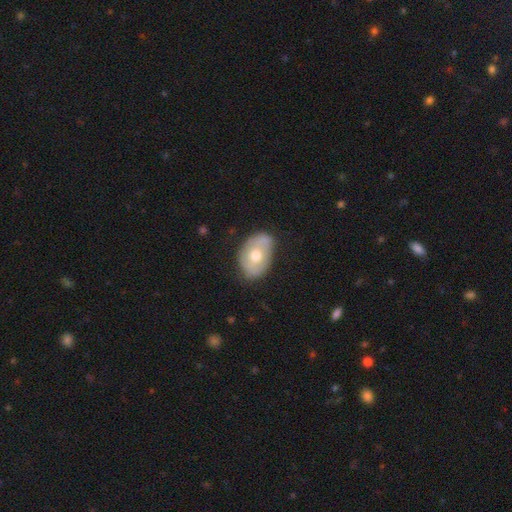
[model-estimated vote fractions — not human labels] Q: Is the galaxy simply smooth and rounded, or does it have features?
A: smooth — 55%.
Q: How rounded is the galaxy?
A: in between — 81%.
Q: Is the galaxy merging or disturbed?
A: none — 69%.